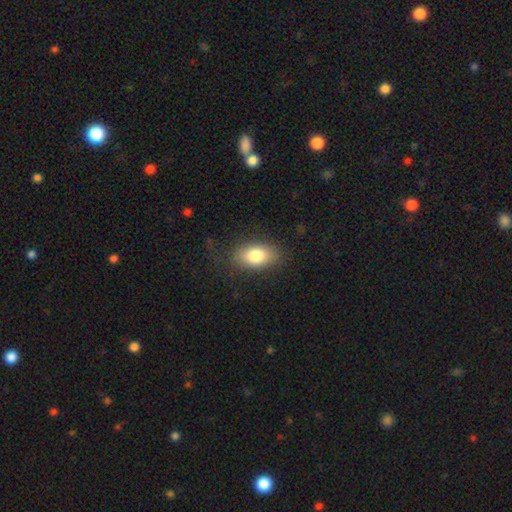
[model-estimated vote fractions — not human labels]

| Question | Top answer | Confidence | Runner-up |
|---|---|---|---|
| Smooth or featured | smooth | 82% | featured or disk (11%) |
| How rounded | in between | 89% | round (9%) |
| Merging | none | 79% | minor disturbance (15%) |